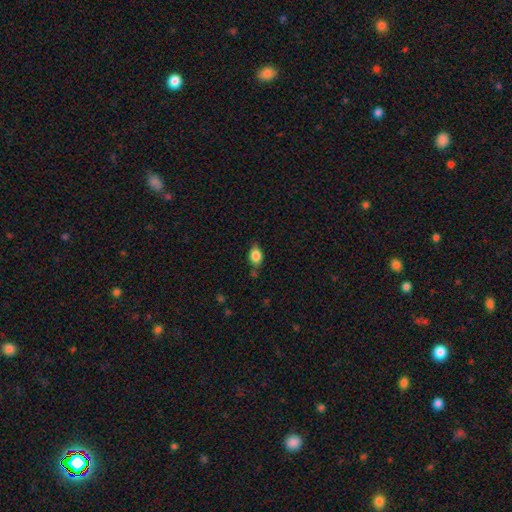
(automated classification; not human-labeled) Q: Smooth or featured?
A: smooth (83%); runner-up: star or artifact (8%)
Q: How rounded?
A: in between (79%); runner-up: round (18%)
Q: Merging?
A: none (68%); runner-up: minor disturbance (23%)